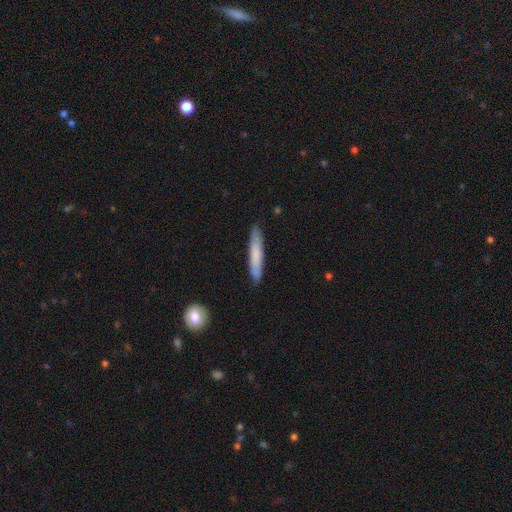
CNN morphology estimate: This is likely a smooth galaxy (69%). How rounded: clearly cigar-shaped (93%). Merging: clearly none (84%).